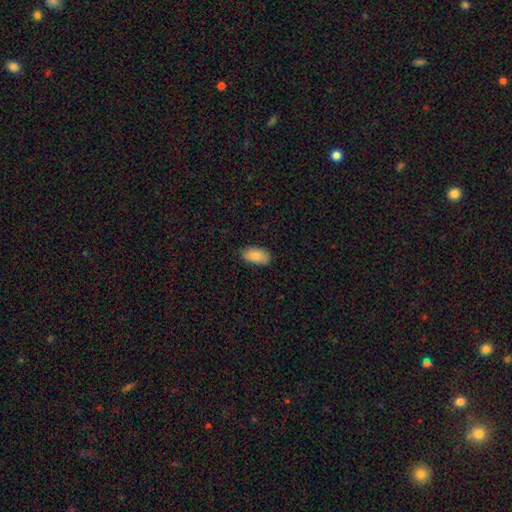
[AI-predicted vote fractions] Smooth or featured? Predicted: smooth (p=0.84). How rounded? Predicted: in between (p=0.94). Merging? Predicted: none (p=0.84).